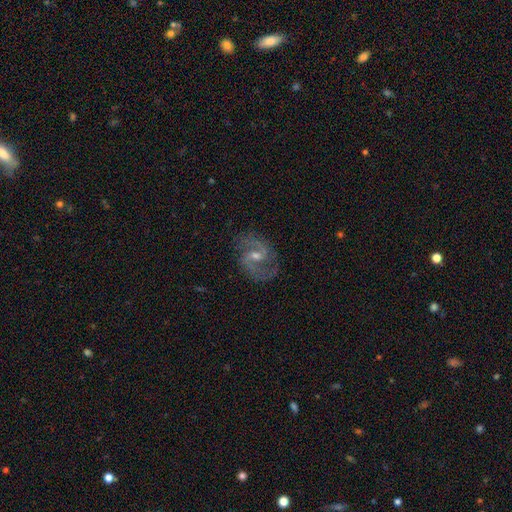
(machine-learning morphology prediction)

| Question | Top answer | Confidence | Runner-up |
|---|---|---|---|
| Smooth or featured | featured or disk | 89% | star or artifact (6%) |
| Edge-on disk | no | 98% | yes (2%) |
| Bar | weak | 57% | no (26%) |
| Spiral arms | yes | 97% | no (3%) |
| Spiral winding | medium | 61% | loose (22%) |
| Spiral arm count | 2 | 93% | can't tell (2%) |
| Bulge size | small | 48% | moderate (47%) |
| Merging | none | 81% | minor disturbance (13%) |